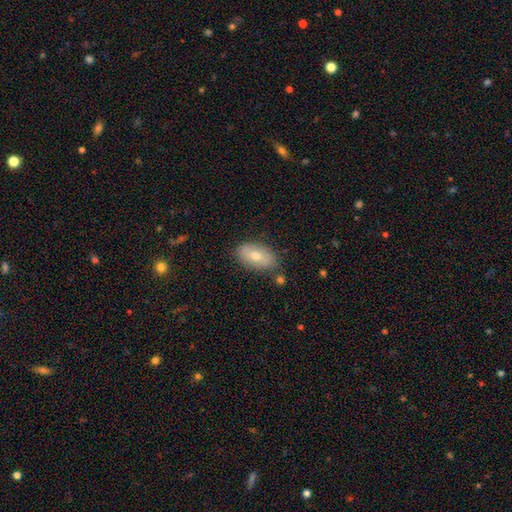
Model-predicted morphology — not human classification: The model was most divided on "smooth or featured": smooth: 65%, featured or disk: 26%, star or artifact: 9%. More confident: how rounded — in between (92%); merging — none (82%).